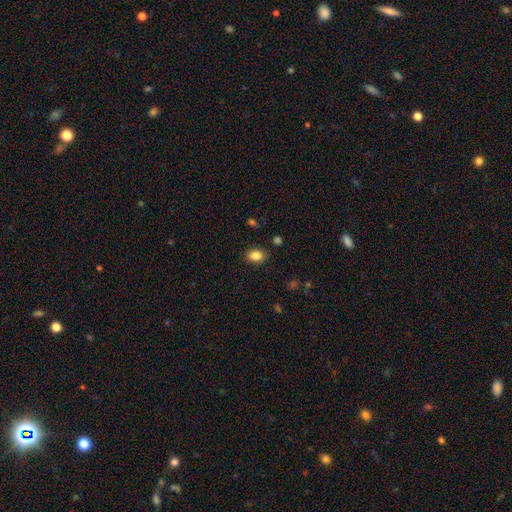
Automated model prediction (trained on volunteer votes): This appears to be a smooth galaxy with no disk features (85%) that is in between round and cigar-shaped (75%). Merging: none (86%).